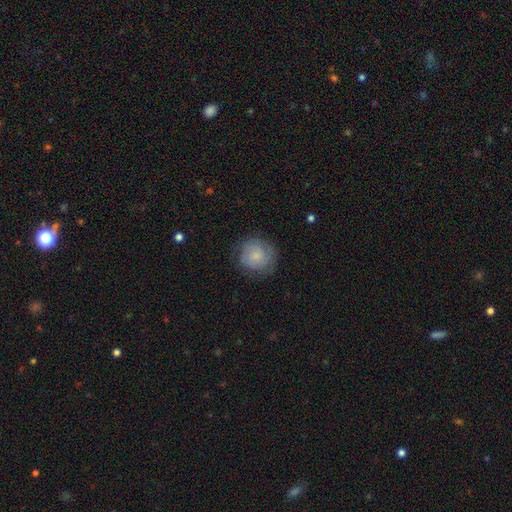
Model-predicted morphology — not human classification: Q: Smooth or featured?
A: smooth (69%); runner-up: featured or disk (24%)
Q: How rounded?
A: round (91%); runner-up: in between (8%)
Q: Merging?
A: none (75%); runner-up: minor disturbance (18%)